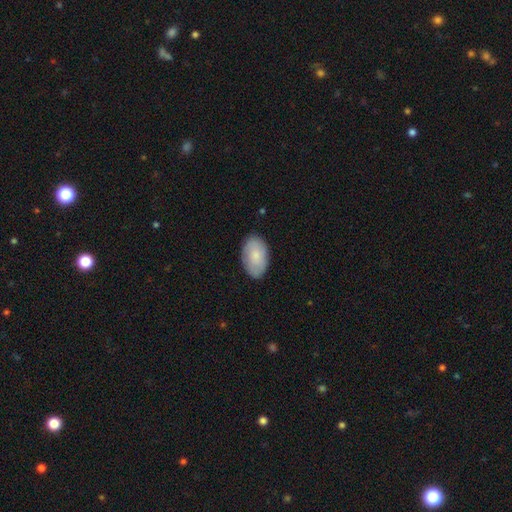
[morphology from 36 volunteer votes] This is likely a smooth galaxy (72%). How rounded: clearly in between (96%). Merging: clearly none (80%).